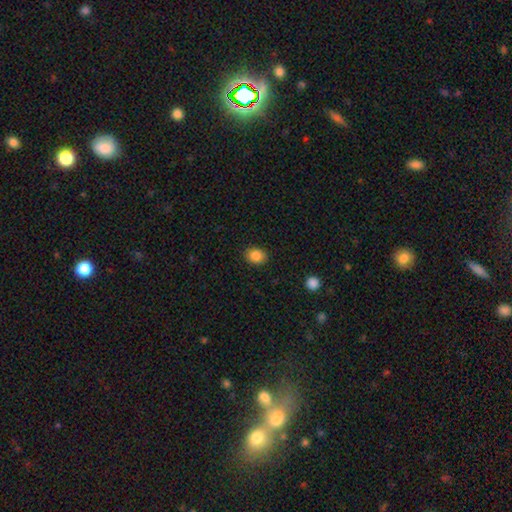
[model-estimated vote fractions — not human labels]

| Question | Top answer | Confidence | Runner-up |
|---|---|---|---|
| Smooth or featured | smooth | 86% | star or artifact (9%) |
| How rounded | in between | 50% | round (49%) |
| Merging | none | 88% | minor disturbance (8%) |